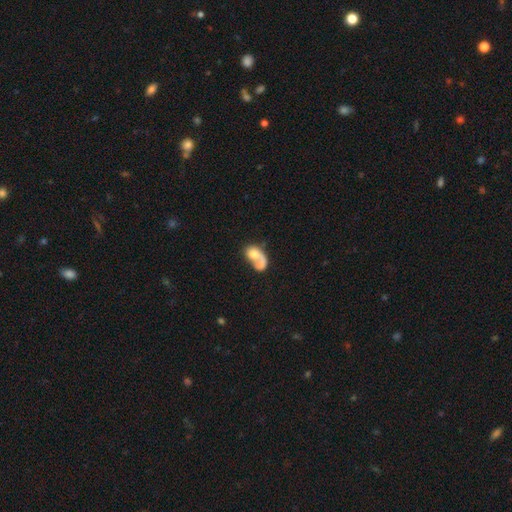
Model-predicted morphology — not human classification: This appears to be a smooth galaxy with no disk features (50%). Merging: merger (32%).